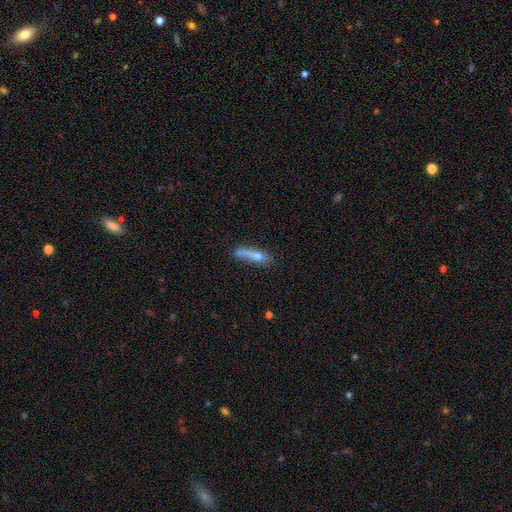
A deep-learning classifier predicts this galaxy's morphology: type=smooth (68%); roundness=cigar-shaped (66%); merging=none (37%).